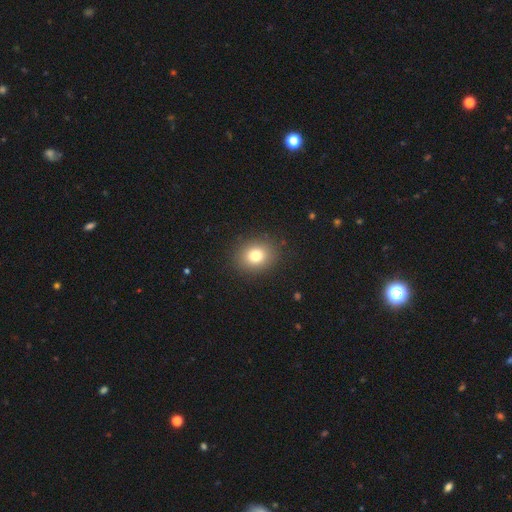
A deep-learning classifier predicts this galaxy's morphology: smooth-or-featured: smooth: 79% | star or artifact: 12% | featured or disk: 9%
  how-rounded: round: 60% | in between: 39% | cigar-shaped: 1%
  merging: none: 88% | minor disturbance: 8% | major disturbance: 3% | merger: 1%